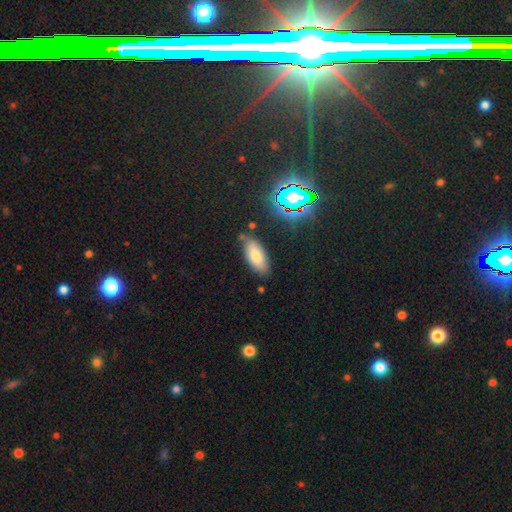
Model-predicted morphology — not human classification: type=smooth (74%); roundness=in between (86%); merging=none (74%).